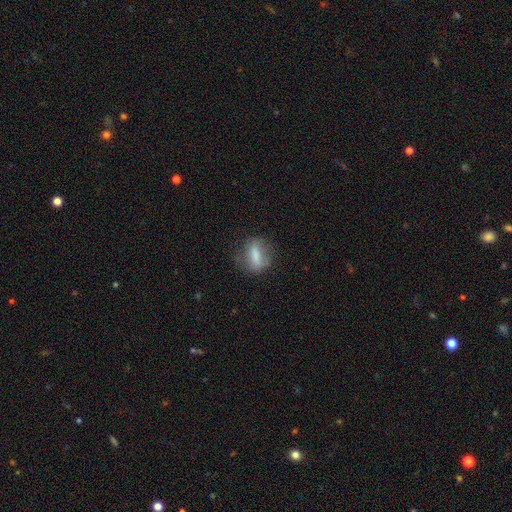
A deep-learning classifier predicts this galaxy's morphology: Overall: smooth (68%). How rounded: in between (60%; cigar-shaped 25%). Merging: none (70%).